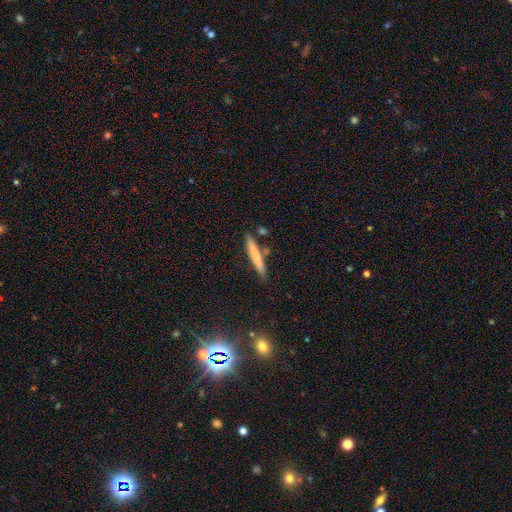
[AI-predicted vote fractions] This appears to be a smooth galaxy with no disk features (71%) that is cigar-shaped (95%). Merging: none (80%).